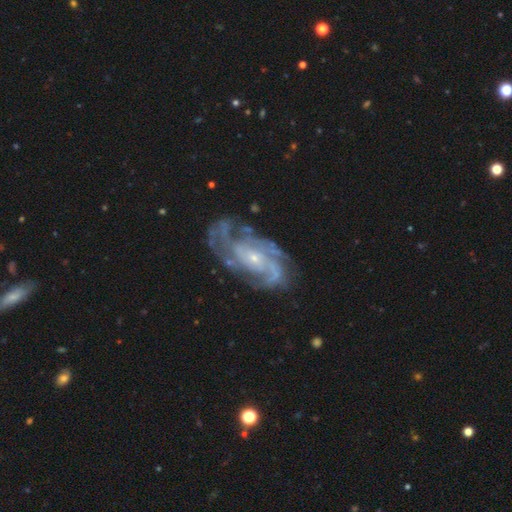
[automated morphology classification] A featured or disk galaxy (85%) with no bar (61%), 3 (25%) tight (54%) spiral arms (96%) and a small central bulge (69%).

Vote fractions:
- Smooth or featured? featured or disk: 85% / star or artifact: 9% / smooth: 6%
- Edge-on disk? no: 95% / yes: 5%
- Bar? no: 61% / weak: 30% / strong: 10%
- Spiral arms? yes: 96% / no: 4%
- Spiral winding? tight: 54% / medium: 37% / loose: 9%
- Spiral arm count? 3: 25% / can't tell: 24% / 2: 21% / 4: 15% / more than 4: 8% / 1: 7%
- Bulge size? small: 69% / moderate: 25% / none: 3% / large: 2% / dominant: 1%
- Merging? none: 74% / minor disturbance: 16% / major disturbance: 8% / merger: 2%